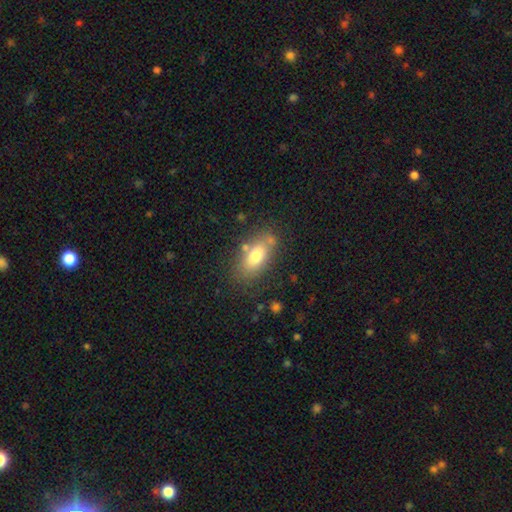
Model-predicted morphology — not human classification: A smooth galaxy with no disk features (75%) that is in between round and cigar-shaped (87%). Merging: none (71%).